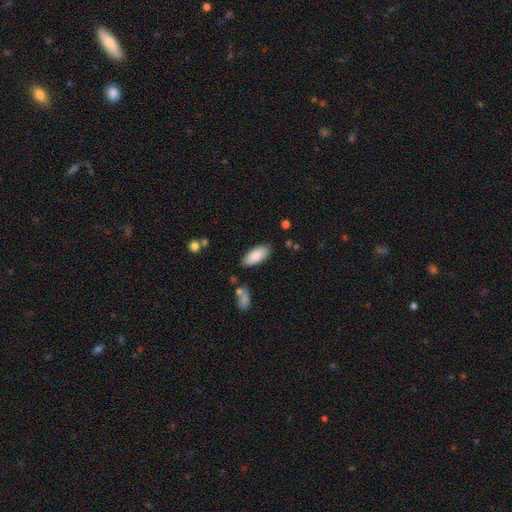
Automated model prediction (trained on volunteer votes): Q: Smooth or featured?
A: smooth (85%); runner-up: featured or disk (9%)
Q: How rounded?
A: in between (86%); runner-up: cigar-shaped (12%)
Q: Merging?
A: none (84%); runner-up: minor disturbance (11%)